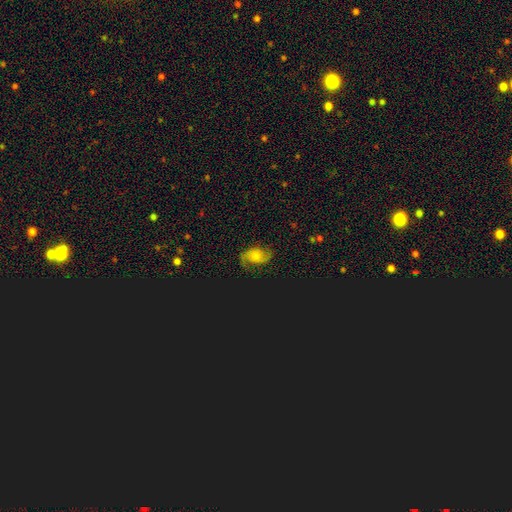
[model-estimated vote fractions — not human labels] Overall: featured or disk (64%). Edge-on disk: no (97%). Bar: no (67%; weak 28%). Spiral arms: yes (94%). Spiral arm count: 2 (90%). Spiral winding: medium (46%; loose 38%). Bulge size: moderate (48%; small 29%). Merging: none (74%).